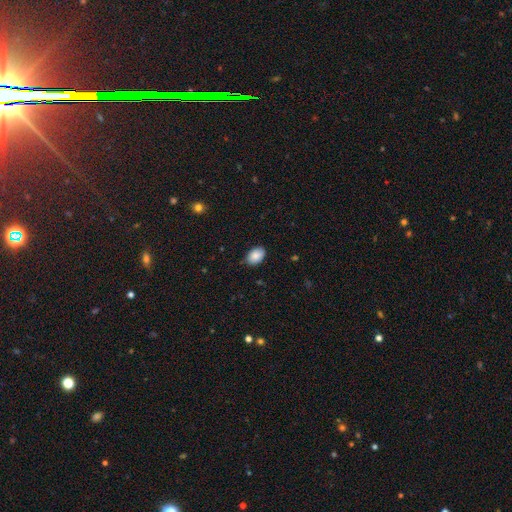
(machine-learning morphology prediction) smooth-or-featured: smooth: 88% | star or artifact: 7% | featured or disk: 5%
  how-rounded: in between: 87% | round: 12% | cigar-shaped: 1%
  merging: none: 82% | minor disturbance: 15% | major disturbance: 2% | merger: 1%